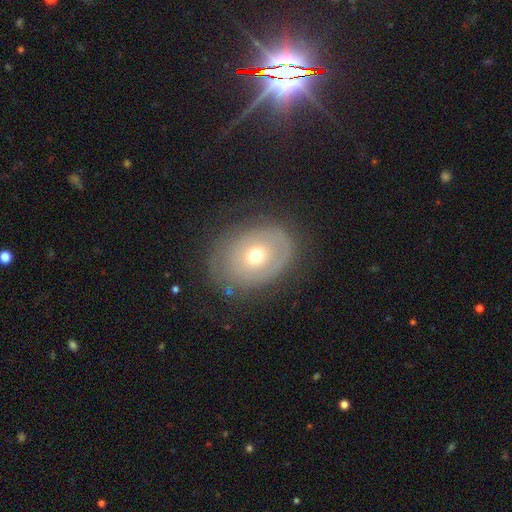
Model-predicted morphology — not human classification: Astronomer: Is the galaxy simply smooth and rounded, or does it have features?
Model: smooth — 49% (runner-up: featured or disk, 42%).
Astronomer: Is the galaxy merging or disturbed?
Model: none — 69%.